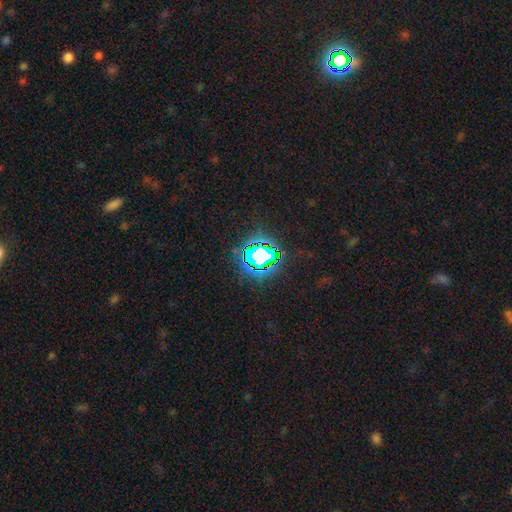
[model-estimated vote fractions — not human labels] smooth-or-featured: star or artifact: 73% | smooth: 17% | featured or disk: 10%